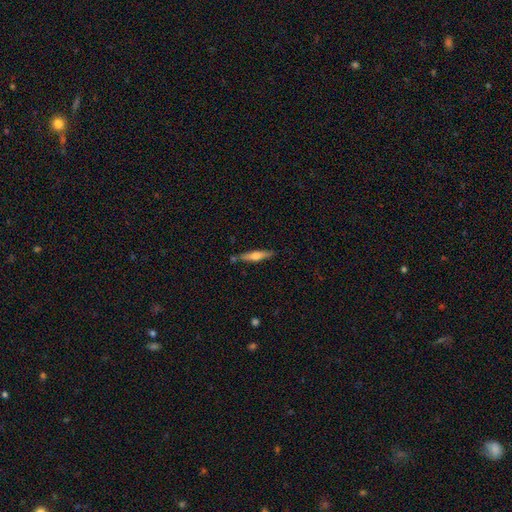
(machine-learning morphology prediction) featured or disk 48%, smooth 46%, star or artifact 6%. Down the decision tree: merging — none (81%).